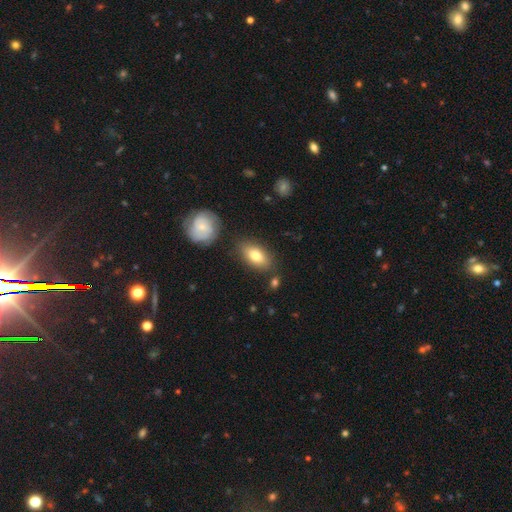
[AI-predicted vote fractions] This appears to be a smooth galaxy with no disk features (78%) that is in between round and cigar-shaped (88%). Merging: none (79%).